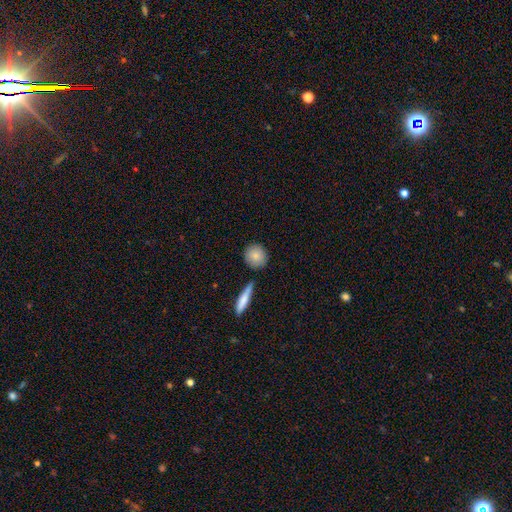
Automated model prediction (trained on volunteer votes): Q: Smooth or featured?
A: smooth (84%); runner-up: featured or disk (9%)
Q: How rounded?
A: round (83%); runner-up: in between (14%)
Q: Merging?
A: none (82%); runner-up: minor disturbance (10%)